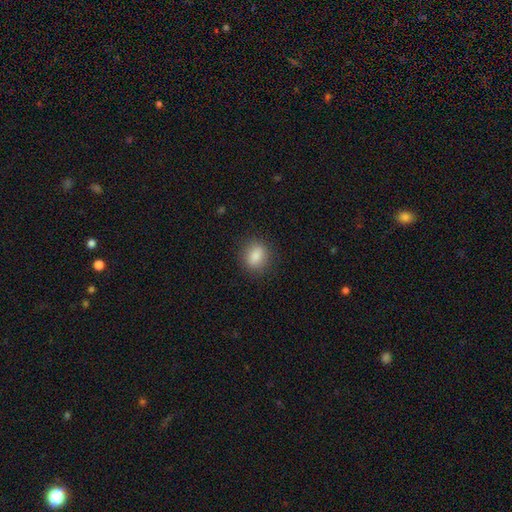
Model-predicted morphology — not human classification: Smooth or featured? smooth (85%)
How rounded? in between (54%)
Merging? none (87%)